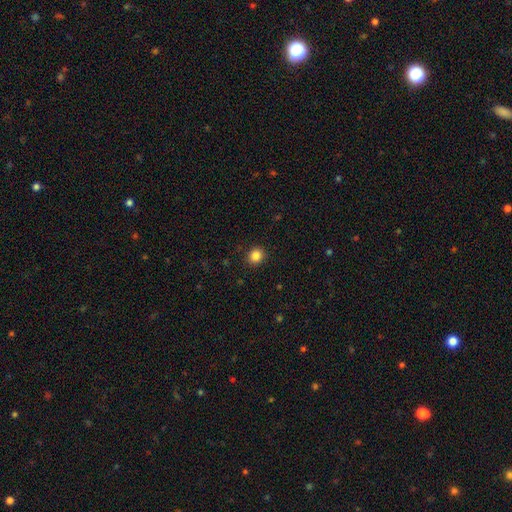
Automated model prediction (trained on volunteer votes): smooth 85%, star or artifact 11%, featured or disk 4%. Down the decision tree: how rounded — round (84%); merging — none (91%).